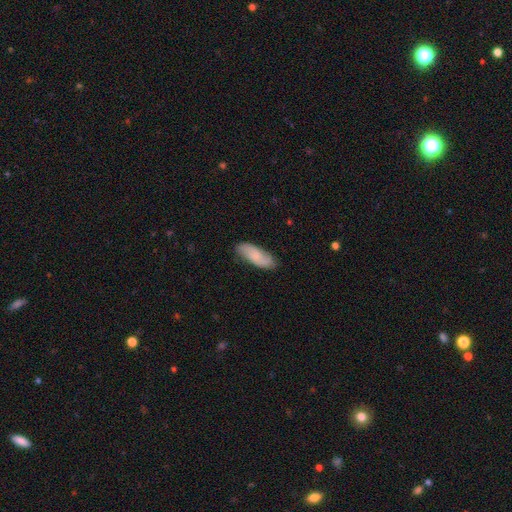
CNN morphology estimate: A smooth galaxy with no disk features (67%) that is in between round and cigar-shaped (69%). Merging: none (79%).